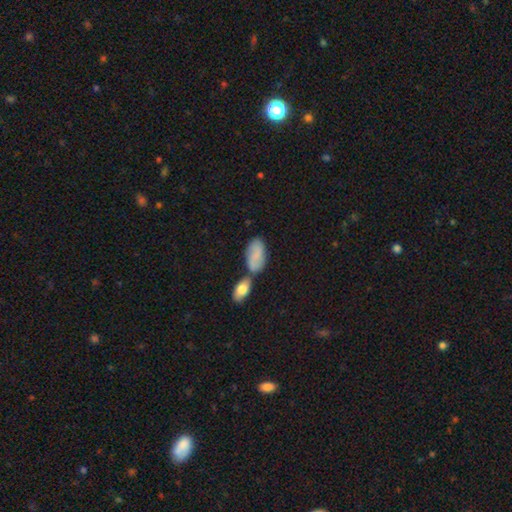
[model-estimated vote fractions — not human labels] smooth-or-featured: smooth: 71% | featured or disk: 22% | star or artifact: 7%
  how-rounded: in between: 92% | cigar-shaped: 5% | round: 3%
  merging: none: 48% | merger: 30% | minor disturbance: 17% | major disturbance: 5%